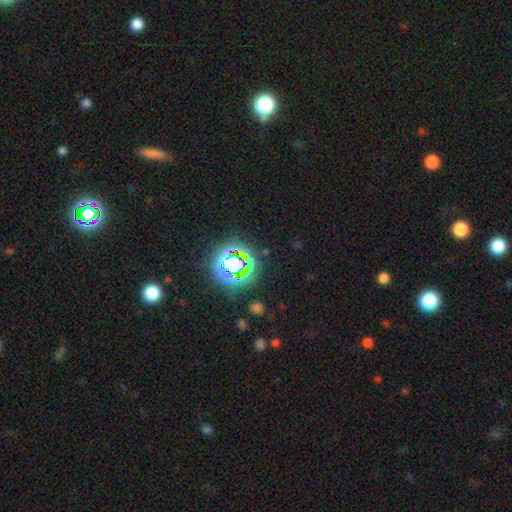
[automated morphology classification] smooth_or_featured: star or artifact (p=0.77) [alt: smooth p=0.16]